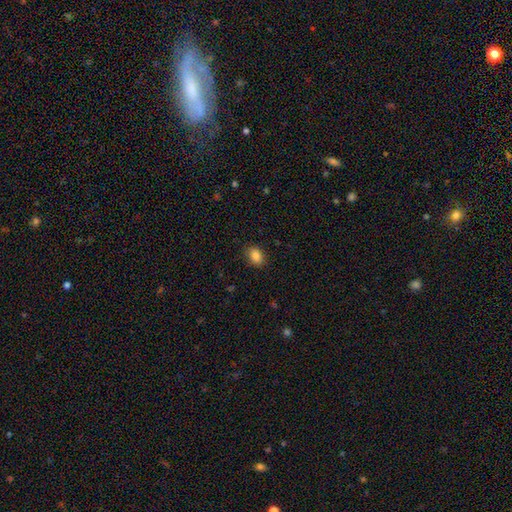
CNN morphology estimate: Smooth or featured? Predicted: smooth (p=0.85). How rounded? Predicted: in between (p=0.73). Merging? Predicted: none (p=0.87).